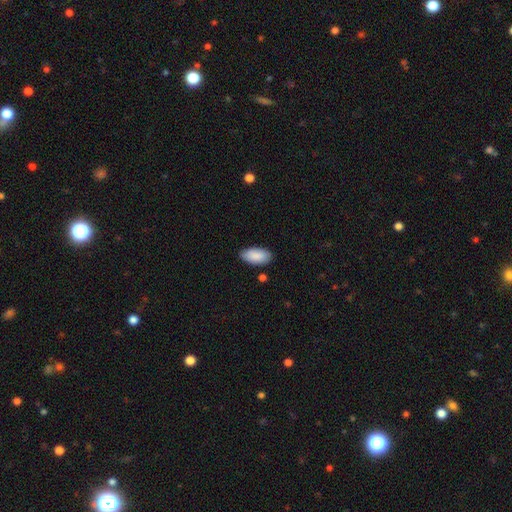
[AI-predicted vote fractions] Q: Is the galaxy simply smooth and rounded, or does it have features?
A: smooth — 90%.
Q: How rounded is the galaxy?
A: in between — 94%.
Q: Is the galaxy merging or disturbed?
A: none — 84%.